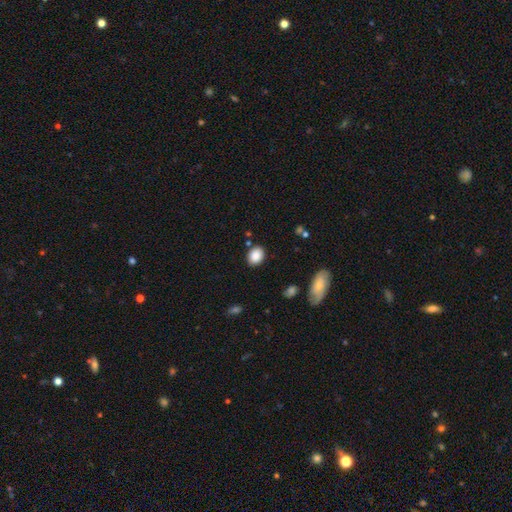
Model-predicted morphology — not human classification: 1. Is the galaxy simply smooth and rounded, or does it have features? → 87% smooth, 8% star or artifact, 4% featured or disk.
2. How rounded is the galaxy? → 62% in between, 37% round, 1% cigar-shaped.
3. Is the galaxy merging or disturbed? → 83% none, 11% minor disturbance, 3% major disturbance, 3% merger.